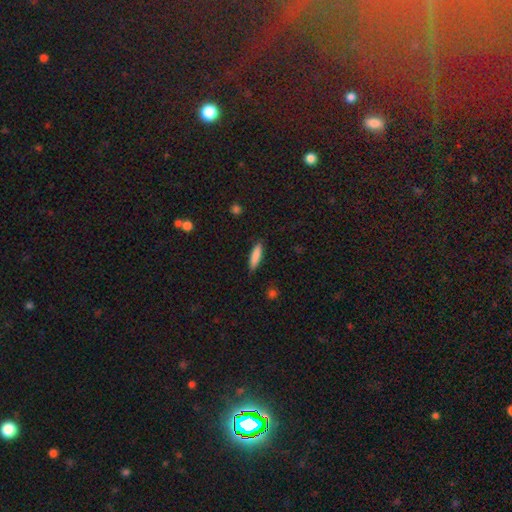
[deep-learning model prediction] Smooth or featured: smooth — 85% (featured or disk — 9%)
How rounded: cigar-shaped — 75% (in between — 24%)
Merging: none — 86% (minor disturbance — 10%)